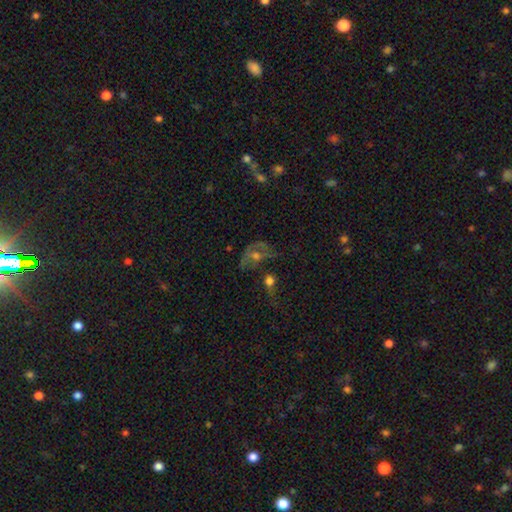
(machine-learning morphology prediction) featured or disk 47%, smooth 29%, star or artifact 24%. Down the decision tree: merging — none (38%).